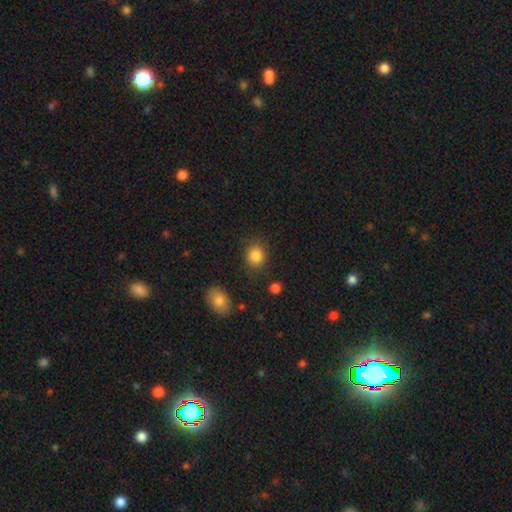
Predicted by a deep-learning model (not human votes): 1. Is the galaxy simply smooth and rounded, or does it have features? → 85% smooth, 10% star or artifact, 5% featured or disk.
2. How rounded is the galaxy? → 77% round, 22% in between, 1% cigar-shaped.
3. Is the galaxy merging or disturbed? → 81% none, 12% minor disturbance, 4% major disturbance, 3% merger.